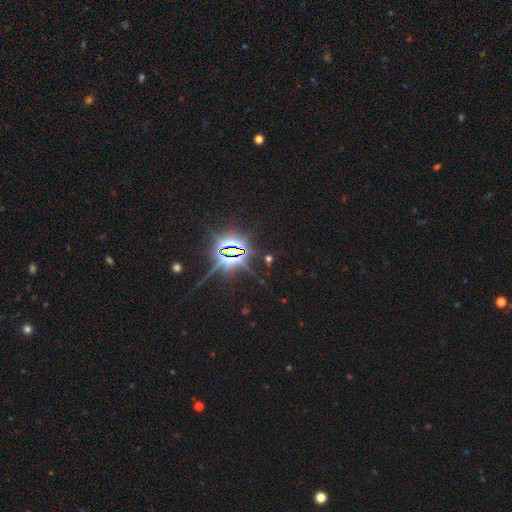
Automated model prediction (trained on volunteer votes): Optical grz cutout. It shows a star or artifact, not a galaxy (86%).